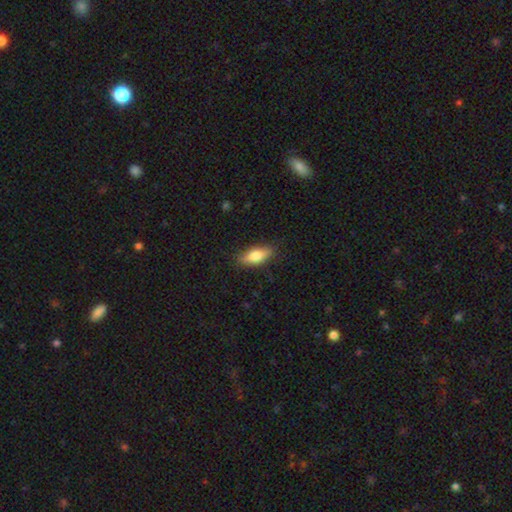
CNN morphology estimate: smooth_or_featured: smooth (p=0.75) [alt: featured or disk p=0.19]
how_rounded: in between (p=0.73) [alt: cigar-shaped p=0.24]
merging: none (p=0.84) [alt: minor disturbance p=0.12]